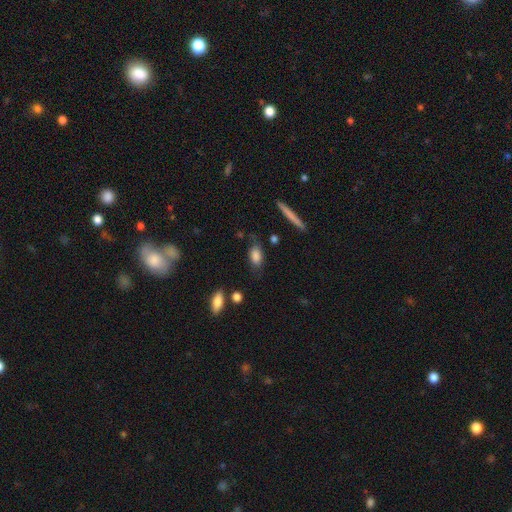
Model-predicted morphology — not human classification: type=smooth (82%); roundness=in between (83%); merging=none (67%).